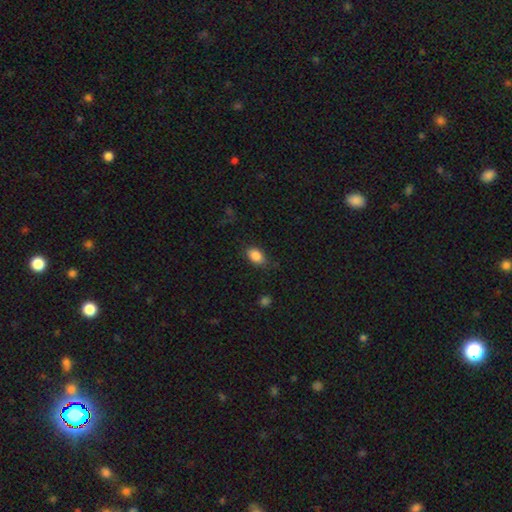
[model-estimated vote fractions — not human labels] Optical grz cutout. It shows a smooth galaxy with no disk features (87%) that is in between round and cigar-shaped (87%). Merging: none (79%).